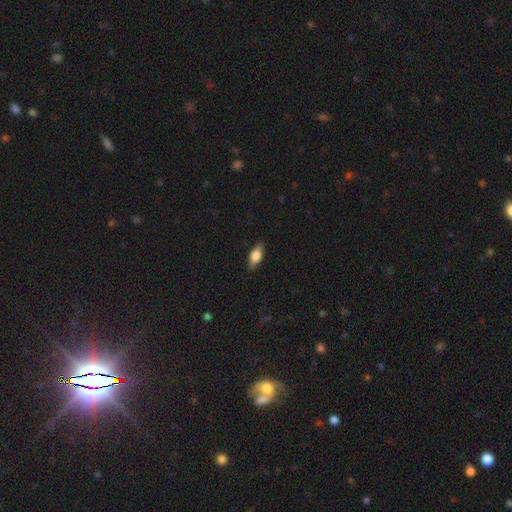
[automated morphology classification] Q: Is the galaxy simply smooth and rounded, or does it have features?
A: smooth — 67%.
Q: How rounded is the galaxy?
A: in between — 80%.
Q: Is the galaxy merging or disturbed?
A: none — 85%.